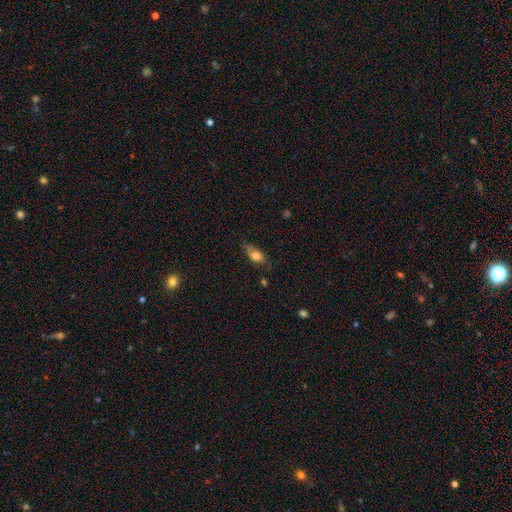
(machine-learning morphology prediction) Overall: smooth (71%). How rounded: in between (77%). Merging: none (59%; minor disturbance 30%).